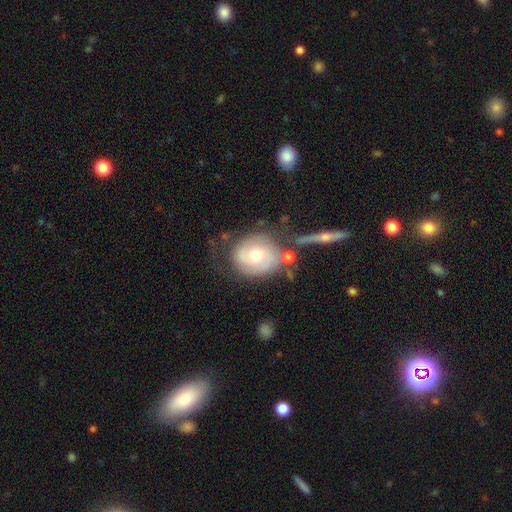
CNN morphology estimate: Smooth or featured: featured or disk — 57% (smooth — 36%)
Edge-on disk: no — 94% (yes — 6%)
Bar: no — 71% (weak — 24%)
Spiral arms: yes — 75% (no — 25%)
Bulge size: moderate — 72% (small — 17%)
Merging: none — 52% (minor disturbance — 21%)